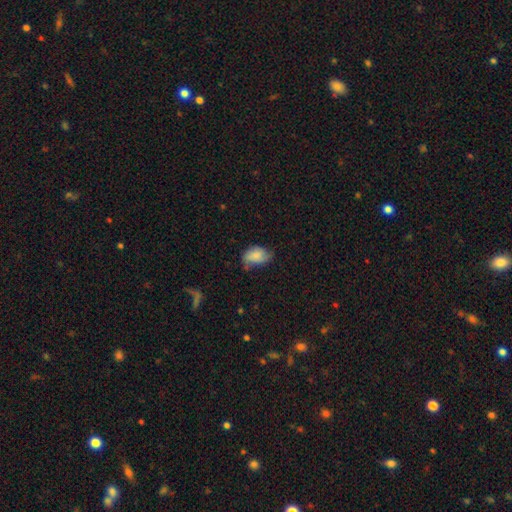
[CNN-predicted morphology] A smooth galaxy with no disk features (74%) that is in between round and cigar-shaped (89%). Merging: none (46%).